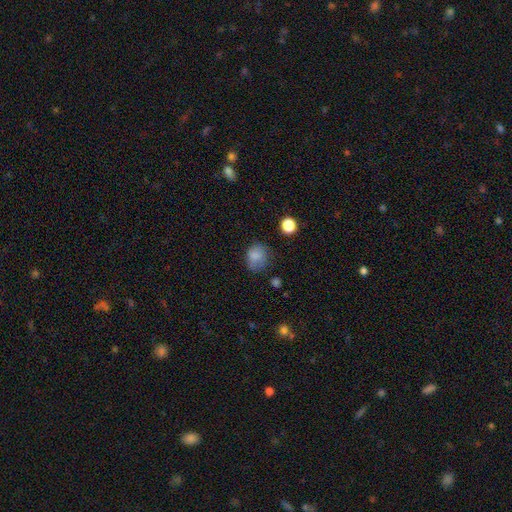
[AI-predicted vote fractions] A smooth galaxy with no disk features (82%) that is round (63%).

Vote fractions:
- Smooth or featured? smooth: 82% / star or artifact: 11% / featured or disk: 7%
- How rounded? round: 63% / in between: 36% / cigar-shaped: 1%
- Merging? none: 62% / minor disturbance: 26% / major disturbance: 9% / merger: 2%